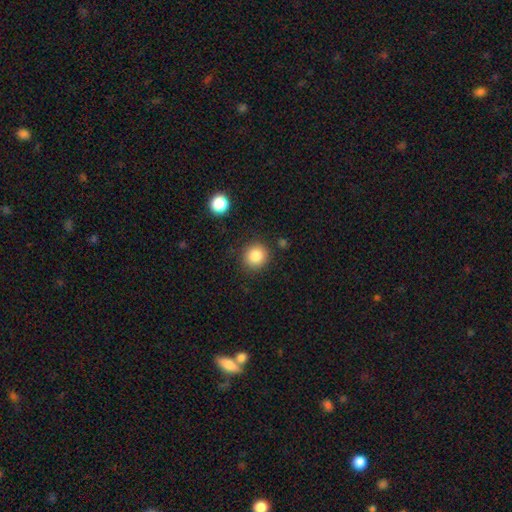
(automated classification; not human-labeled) Smooth or featured? smooth (86%)
How rounded? round (92%)
Merging? none (87%)